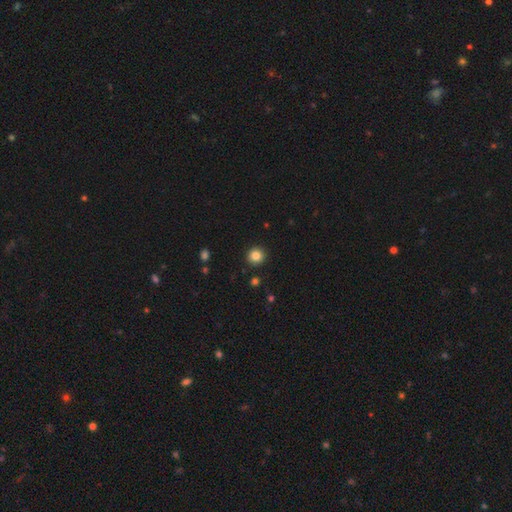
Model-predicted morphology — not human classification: smooth_or_featured: smooth (p=0.84) [alt: star or artifact p=0.11]
how_rounded: round (p=0.93) [alt: in between p=0.06]
merging: none (p=0.92) [alt: minor disturbance p=0.05]